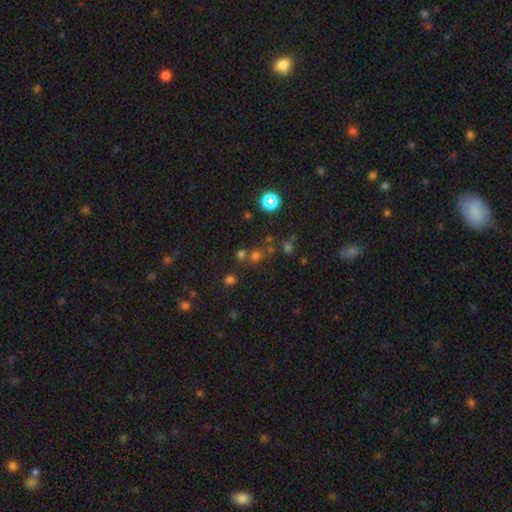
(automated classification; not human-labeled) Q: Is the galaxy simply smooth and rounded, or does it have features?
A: smooth — 53%.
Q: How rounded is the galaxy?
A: round — 85%.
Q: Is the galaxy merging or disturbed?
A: none — 63%.